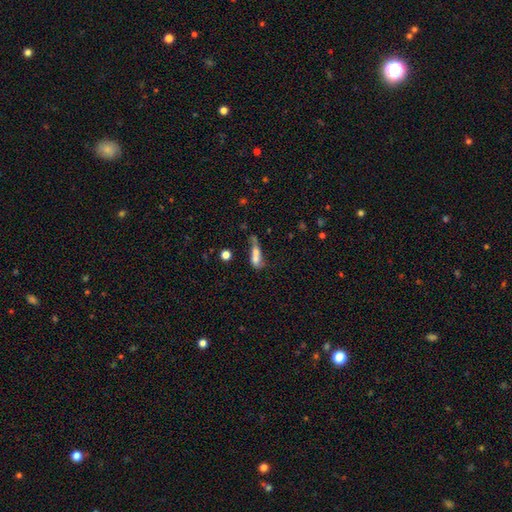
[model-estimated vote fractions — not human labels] smooth_or_featured: smooth (p=0.60) [alt: featured or disk p=0.28]
how_rounded: in between (p=0.55) [alt: cigar-shaped p=0.33]
merging: merger (p=0.48) [alt: none p=0.21]